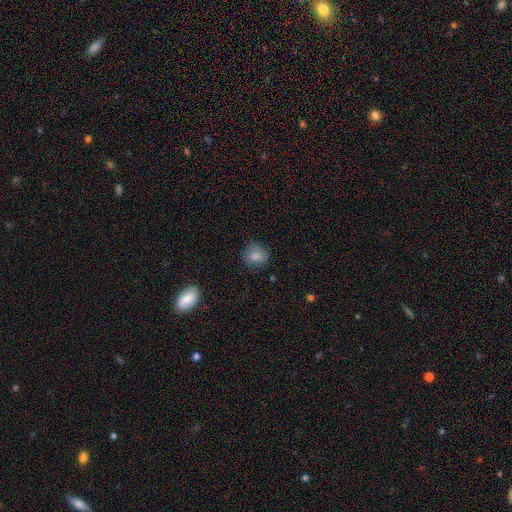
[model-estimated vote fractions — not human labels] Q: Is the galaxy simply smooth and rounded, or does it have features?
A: smooth — 78%.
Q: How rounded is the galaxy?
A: round — 73%.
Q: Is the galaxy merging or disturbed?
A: none — 71%.